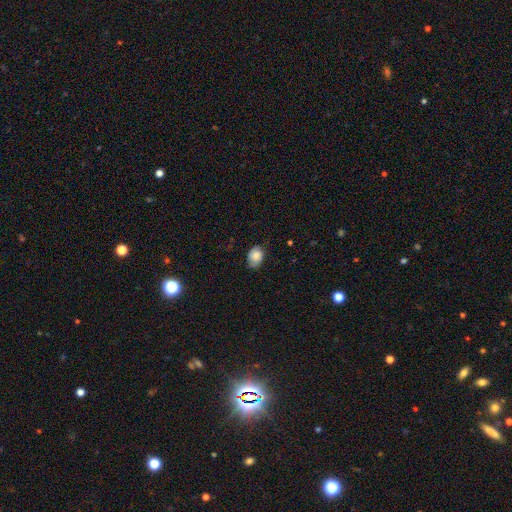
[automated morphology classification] smooth-or-featured: smooth: 77% | featured or disk: 14% | star or artifact: 8%
  how-rounded: in between: 69% | round: 30% | cigar-shaped: 1%
  merging: none: 70% | minor disturbance: 24% | major disturbance: 5% | merger: 1%